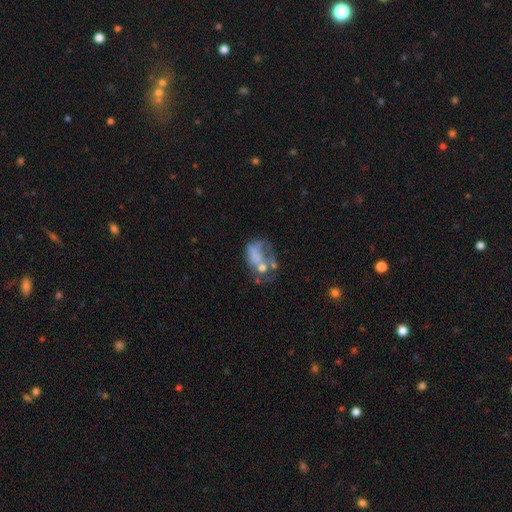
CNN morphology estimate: A featured or disk galaxy (47%). Merging: major disturbance (38%).